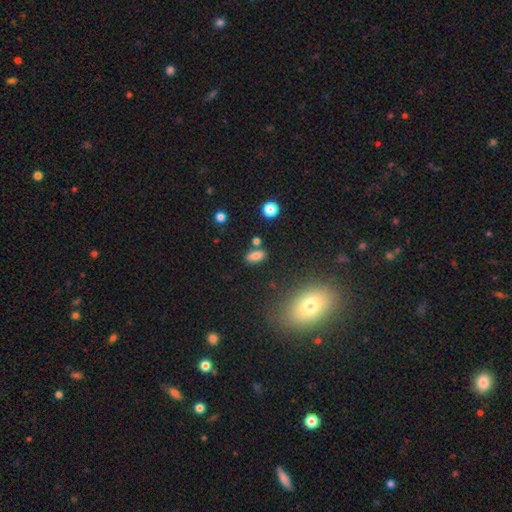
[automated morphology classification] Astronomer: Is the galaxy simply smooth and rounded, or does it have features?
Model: smooth — 80%.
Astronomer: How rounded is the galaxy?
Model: in between — 85%.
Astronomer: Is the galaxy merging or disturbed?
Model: none — 74%.